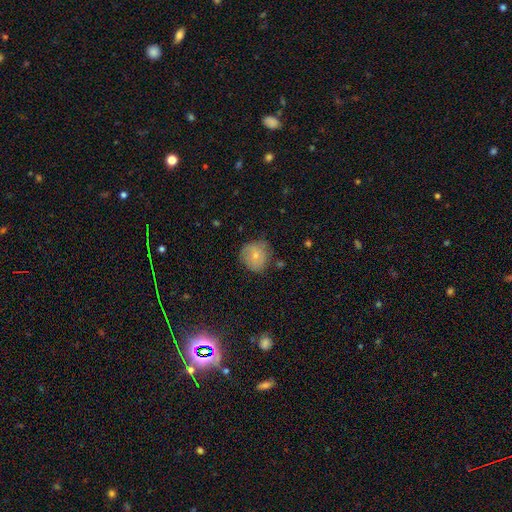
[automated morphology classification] smooth-or-featured: smooth: 70% | featured or disk: 22% | star or artifact: 8%
  how-rounded: round: 83% | in between: 16% | cigar-shaped: 1%
  merging: none: 63% | minor disturbance: 27% | major disturbance: 7% | merger: 2%